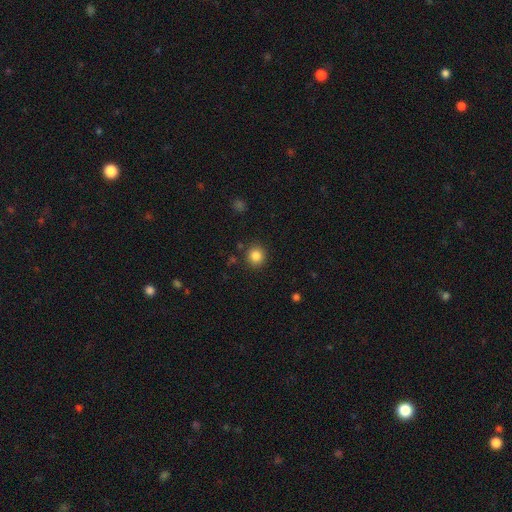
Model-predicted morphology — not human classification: smooth_or_featured: smooth (p=0.85) [alt: star or artifact p=0.11]
how_rounded: round (p=0.91) [alt: in between p=0.08]
merging: none (p=0.88) [alt: minor disturbance p=0.07]